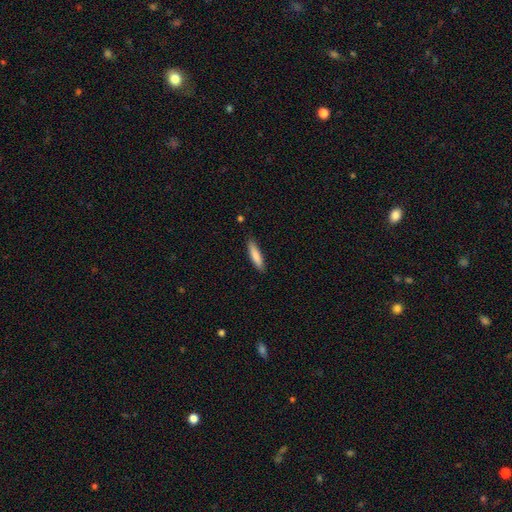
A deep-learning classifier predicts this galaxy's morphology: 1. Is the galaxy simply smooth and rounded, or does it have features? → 81% smooth, 13% featured or disk, 6% star or artifact.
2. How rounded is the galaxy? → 79% cigar-shaped, 20% in between, 1% round.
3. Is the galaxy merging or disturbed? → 87% none, 10% minor disturbance, 2% major disturbance, 1% merger.